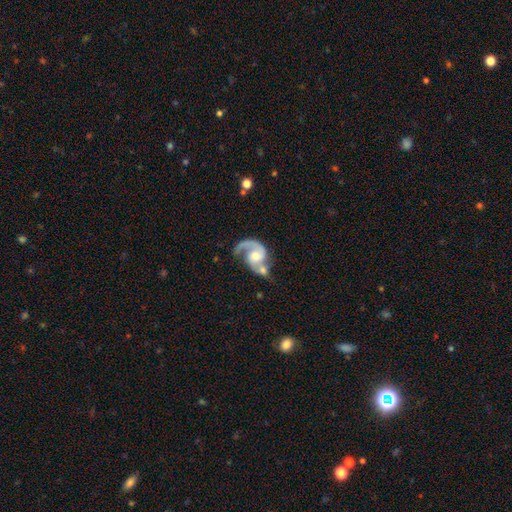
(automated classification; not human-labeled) Smooth or featured? Predicted: featured or disk (p=0.87). Edge-on disk? Predicted: no (p=0.98). Bar? Predicted: no (p=0.58). Spiral arms? Predicted: yes (p=0.96). Spiral winding? Predicted: medium (p=0.52). Spiral arm count? Predicted: 2 (p=0.66). Bulge size? Predicted: moderate (p=0.55). Merging? Predicted: none (p=0.37).